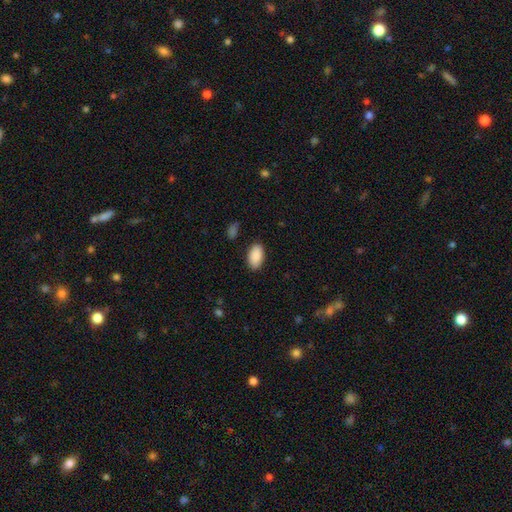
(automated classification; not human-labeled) smooth-or-featured: smooth: 90% | star or artifact: 6% | featured or disk: 3%
  how-rounded: in between: 95% | round: 4% | cigar-shaped: 2%
  merging: none: 86% | minor disturbance: 10% | major disturbance: 3% | merger: 1%